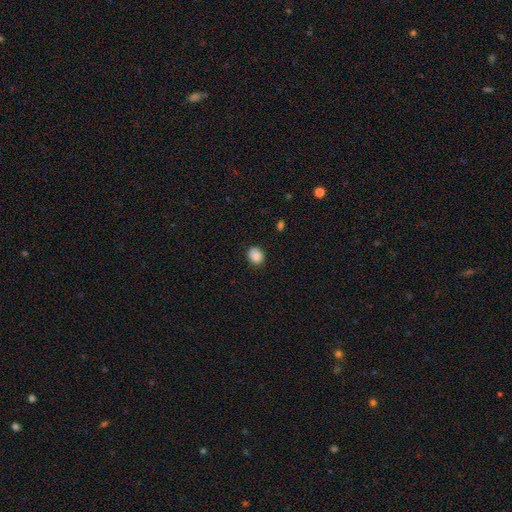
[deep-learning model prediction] Smooth or featured? Predicted: smooth (p=0.87). How rounded? Predicted: round (p=0.53). Merging? Predicted: none (p=0.87).